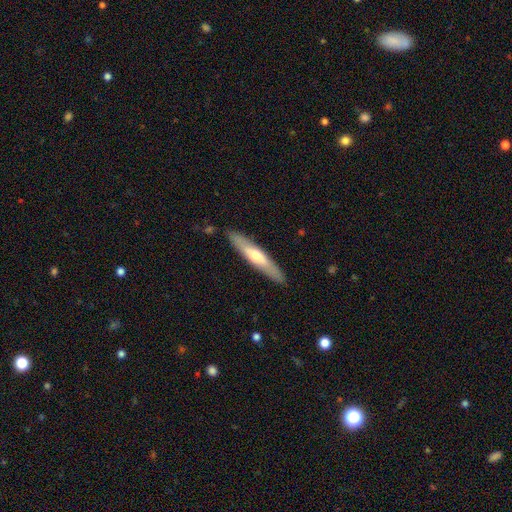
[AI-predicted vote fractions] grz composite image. It shows a featured or disk galaxy (48%). Merging: none (88%).